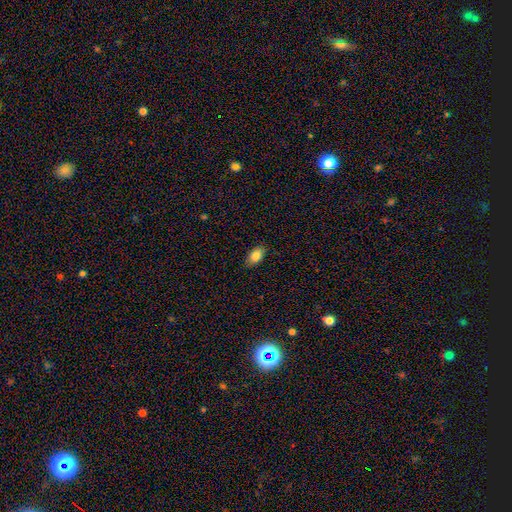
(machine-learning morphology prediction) smooth-or-featured: smooth: 85% | star or artifact: 8% | featured or disk: 8%
  how-rounded: in between: 91% | round: 7% | cigar-shaped: 2%
  merging: none: 85% | minor disturbance: 12% | major disturbance: 2% | merger: 1%